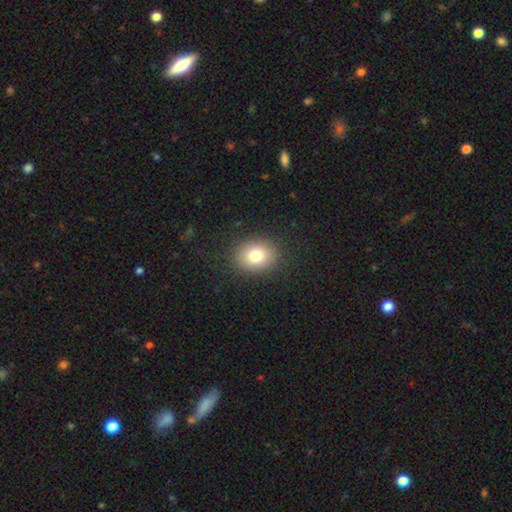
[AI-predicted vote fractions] smooth 78%, star or artifact 12%, featured or disk 10%. Down the decision tree: how rounded — round (52%); merging — none (88%).